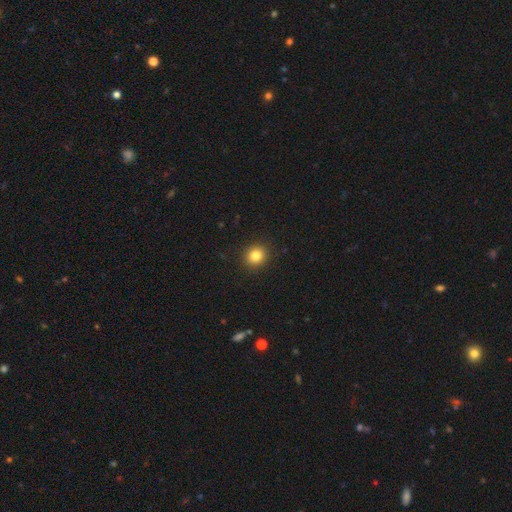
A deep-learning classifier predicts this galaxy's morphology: Smooth or featured? Predicted: smooth (p=0.83). How rounded? Predicted: round (p=0.82). Merging? Predicted: none (p=0.92).